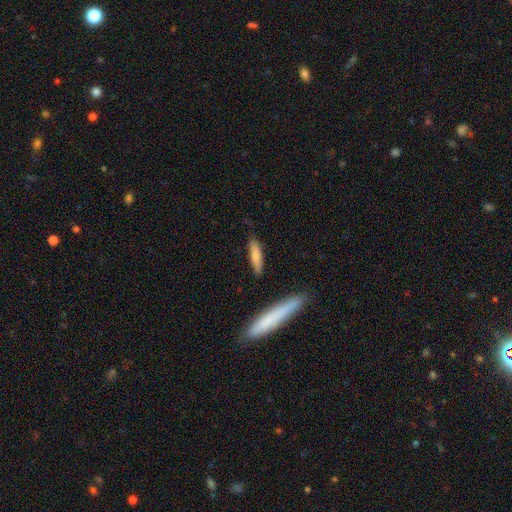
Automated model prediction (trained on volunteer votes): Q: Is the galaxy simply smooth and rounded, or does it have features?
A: smooth — 75%.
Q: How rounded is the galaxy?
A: cigar-shaped — 72%.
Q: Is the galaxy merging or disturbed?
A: none — 80%.